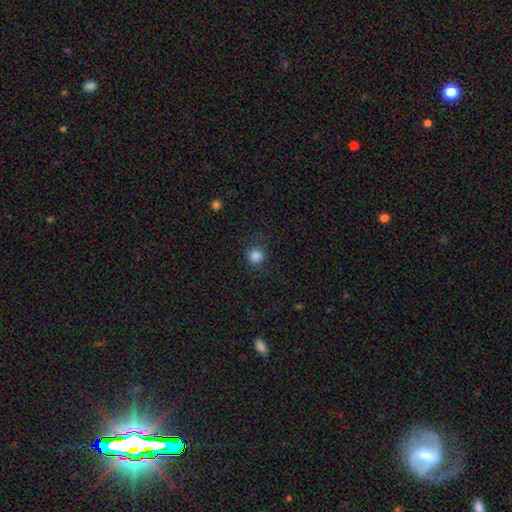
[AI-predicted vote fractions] Morphology: type=smooth (84%); roundness=round (89%); merging=none (82%).